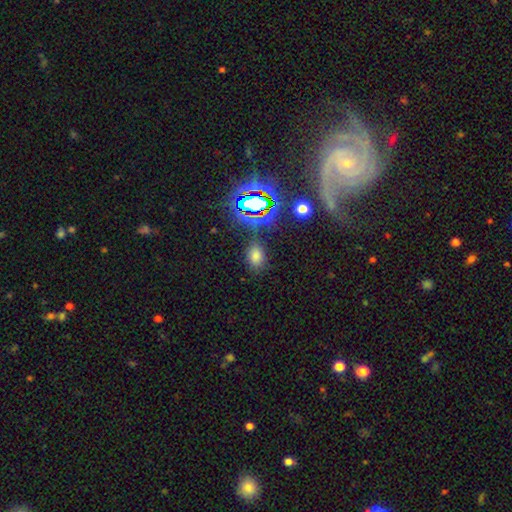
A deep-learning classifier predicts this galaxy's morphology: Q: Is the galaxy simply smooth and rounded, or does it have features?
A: smooth — 63%.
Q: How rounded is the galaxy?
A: in between — 79%.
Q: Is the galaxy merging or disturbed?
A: none — 81%.